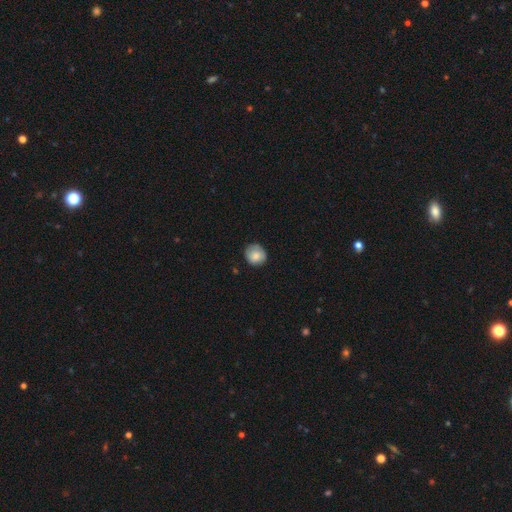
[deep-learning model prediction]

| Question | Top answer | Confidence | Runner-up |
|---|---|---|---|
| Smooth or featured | smooth | 79% | featured or disk (13%) |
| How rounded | round | 87% | in between (12%) |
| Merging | none | 77% | minor disturbance (18%) |